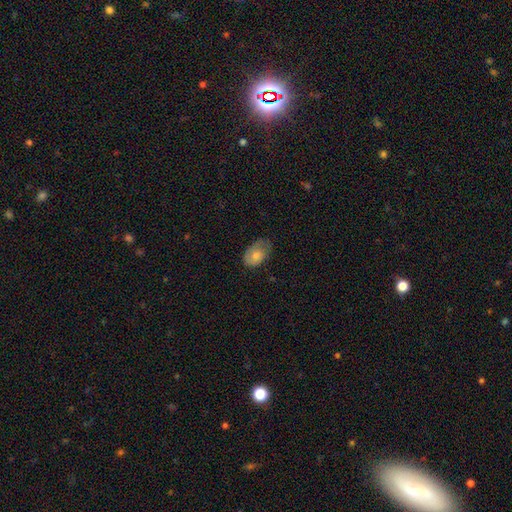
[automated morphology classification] Smooth or featured? smooth (68%)
How rounded? in between (86%)
Merging? none (51%)